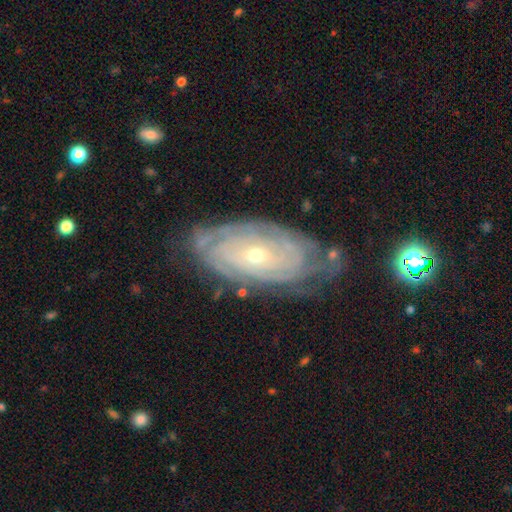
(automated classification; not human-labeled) A featured or disk galaxy (85%) with no bar (70%), tight (85%) spiral arms (93%) and a small central bulge (67%).

Vote fractions:
- Smooth or featured? featured or disk: 85% / smooth: 9% / star or artifact: 6%
- Edge-on disk? no: 94% / yes: 6%
- Bar? no: 70% / weak: 22% / strong: 8%
- Spiral arms? yes: 93% / no: 7%
- Spiral winding? tight: 85% / medium: 12% / loose: 3%
- Spiral arm count? can't tell: 49% / 2: 14% / 4: 13% / 3: 12% / more than 4: 8% / 1: 5%
- Bulge size? small: 67% / moderate: 30% / large: 1% / none: 1% / dominant: 1%
- Merging? none: 72% / minor disturbance: 20% / major disturbance: 6% / merger: 2%